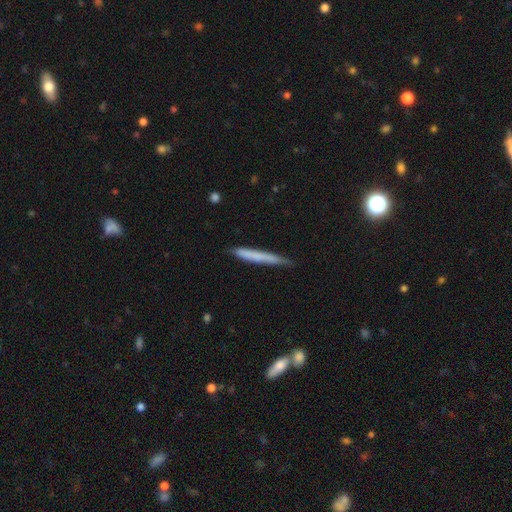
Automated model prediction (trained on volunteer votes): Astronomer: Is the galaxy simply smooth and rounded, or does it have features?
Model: smooth — 66%.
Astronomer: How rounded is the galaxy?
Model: cigar-shaped — 96%.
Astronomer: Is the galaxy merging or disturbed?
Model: none — 76%.